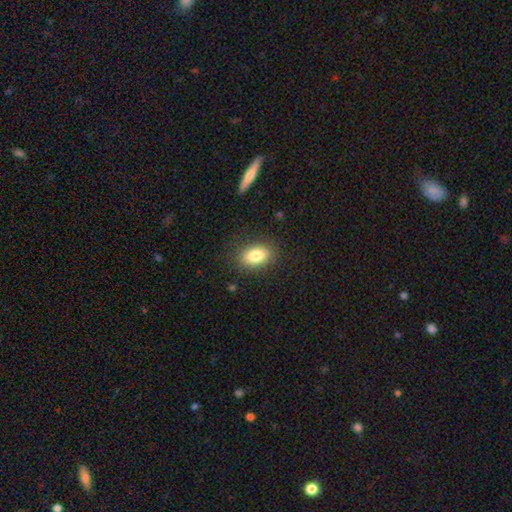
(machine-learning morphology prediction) Overall: smooth (81%). How rounded: in between (85%). Merging: none (86%).